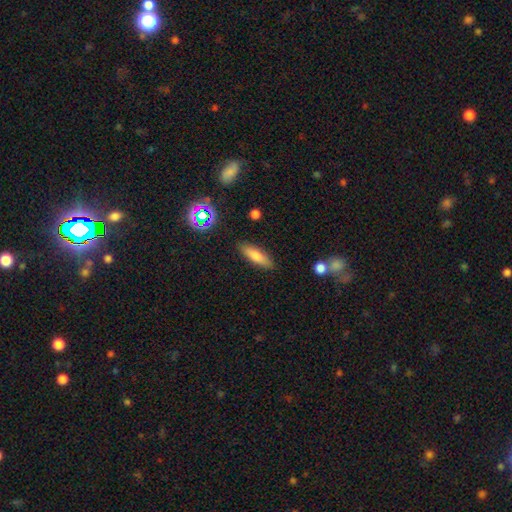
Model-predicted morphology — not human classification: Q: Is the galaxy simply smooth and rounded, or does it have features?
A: smooth — 73%.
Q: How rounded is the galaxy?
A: cigar-shaped — 53%.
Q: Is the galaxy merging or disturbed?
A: none — 87%.